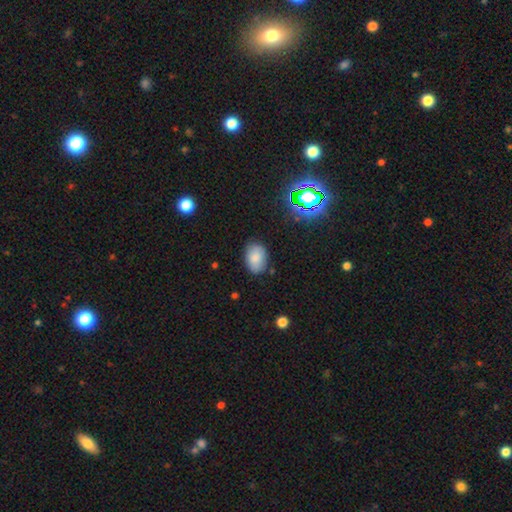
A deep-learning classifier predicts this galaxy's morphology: Overall: smooth (82%). How rounded: in between (84%). Merging: none (81%).